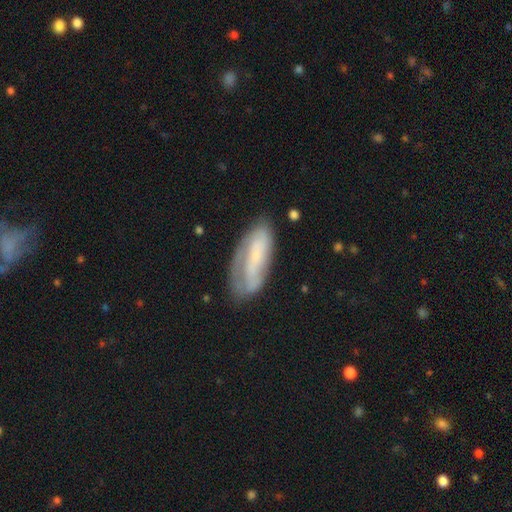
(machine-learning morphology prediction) smooth_or_featured: featured or disk (p=0.50) [alt: smooth p=0.42]
merging: none (p=0.59) [alt: minor disturbance p=0.25]